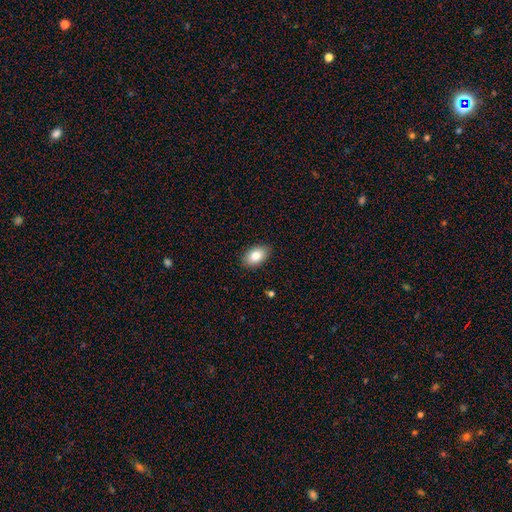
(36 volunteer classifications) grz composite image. It shows a smooth galaxy with no disk features (83%) that is in between round and cigar-shaped (93%). Merging: none (91%).